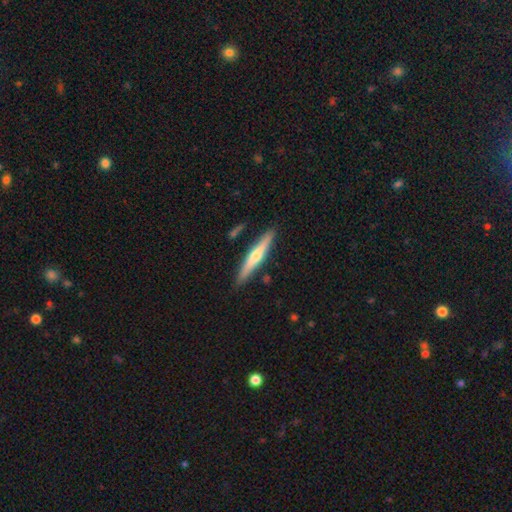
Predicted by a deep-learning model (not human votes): Smooth or featured: featured or disk — 53% (smooth — 42%)
Edge-on disk: yes — 96% (no — 4%)
Edge-on bulge: rounded — 80% (none — 14%)
Merging: none — 86% (minor disturbance — 9%)